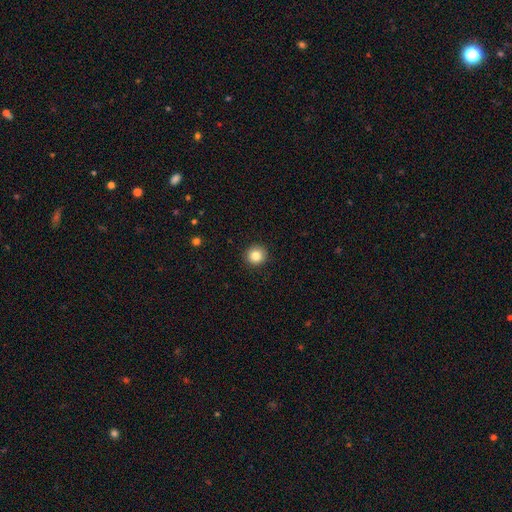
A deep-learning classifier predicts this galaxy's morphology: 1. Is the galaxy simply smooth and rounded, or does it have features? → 85% smooth, 10% star or artifact, 5% featured or disk.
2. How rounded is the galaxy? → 94% round, 5% in between, 1% cigar-shaped.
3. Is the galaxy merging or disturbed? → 92% none, 5% minor disturbance, 2% major disturbance, 1% merger.